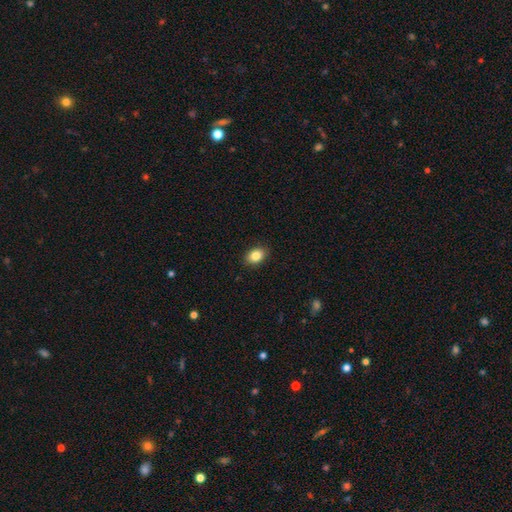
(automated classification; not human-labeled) This is clearly a smooth galaxy (85%). How rounded: likely in between (79%). Merging: clearly none (89%).